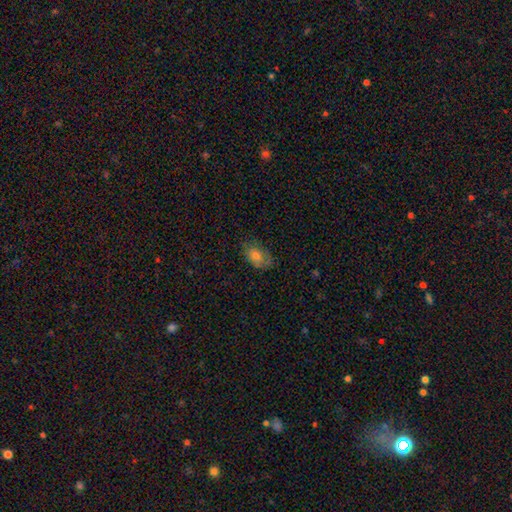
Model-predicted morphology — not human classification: smooth-or-featured: smooth: 68% | featured or disk: 20% | star or artifact: 12%
  how-rounded: in between: 83% | round: 15% | cigar-shaped: 2%
  merging: none: 70% | minor disturbance: 22% | major disturbance: 7% | merger: 1%